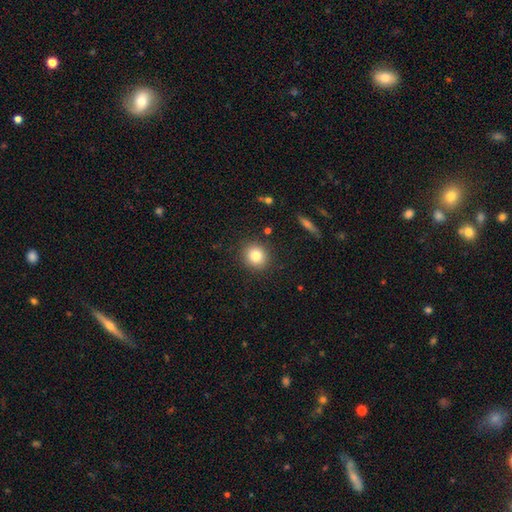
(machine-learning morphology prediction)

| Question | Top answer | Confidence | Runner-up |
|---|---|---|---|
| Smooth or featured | smooth | 80% | star or artifact (11%) |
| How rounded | round | 85% | in between (13%) |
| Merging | none | 89% | minor disturbance (7%) |